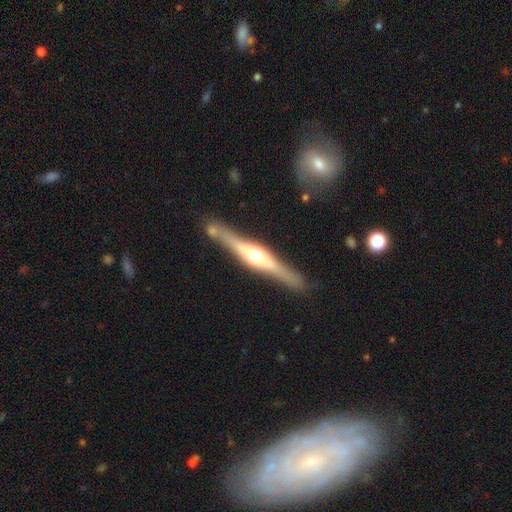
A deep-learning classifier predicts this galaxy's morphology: This appears to be a featured or disk galaxy (76%) viewed edge-on (97%) with a rounded central bulge (90%). Merging: none (82%).